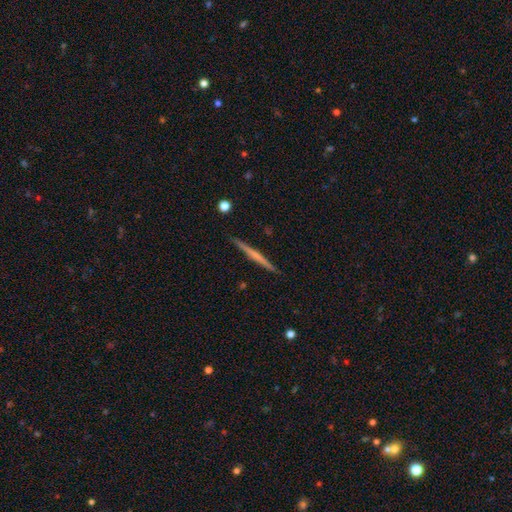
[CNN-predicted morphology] smooth-or-featured: featured or disk: 56% | smooth: 38% | star or artifact: 5%
  disk-edge-on: yes: 98% | no: 2%
    edge-on-bulge: none: 76% | rounded: 17% | boxy: 7%
  merging: none: 91% | minor disturbance: 6% | major disturbance: 1% | merger: 1%